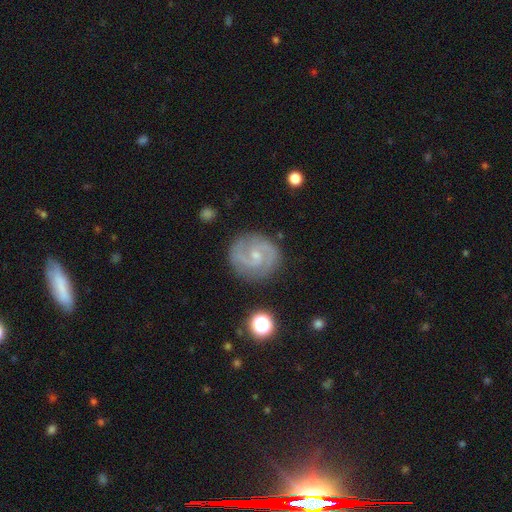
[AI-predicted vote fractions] Morphology: type=featured or disk (85%); edge-on=no (98%); bar=no (47%); spiral arms=yes (96%); winding=medium (49%); arm count=2 (87%); bulge=small (70%); merging=none (83%).